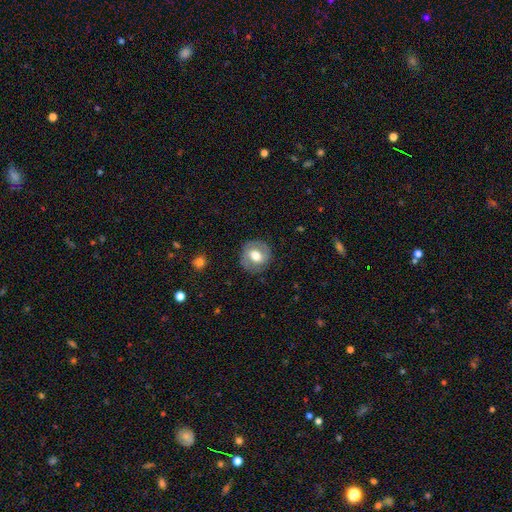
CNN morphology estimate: This appears to be a featured or disk galaxy (47%). Merging: none (81%).